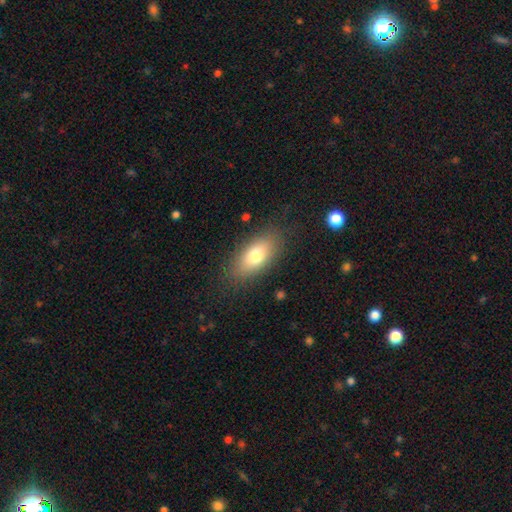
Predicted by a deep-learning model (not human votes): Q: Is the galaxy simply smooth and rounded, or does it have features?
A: smooth — 74%.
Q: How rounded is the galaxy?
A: in between — 86%.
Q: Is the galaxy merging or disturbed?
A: none — 83%.